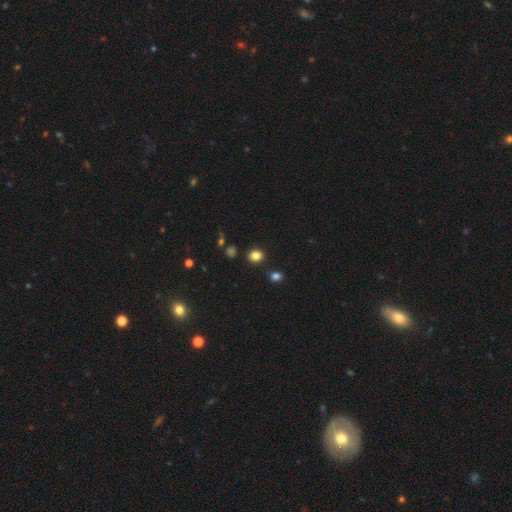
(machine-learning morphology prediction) smooth 83%, star or artifact 13%, featured or disk 4%. Down the decision tree: how rounded — round (74%); merging — none (87%).